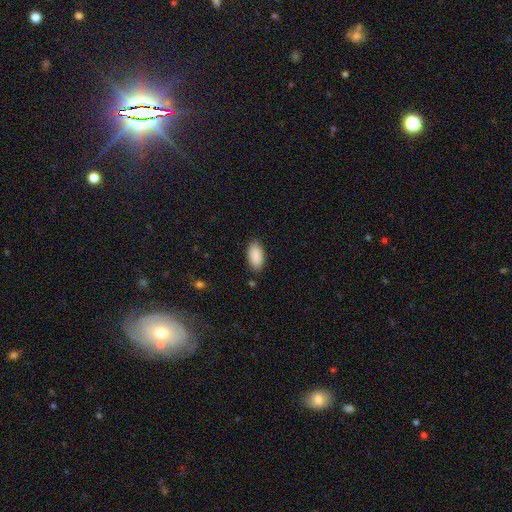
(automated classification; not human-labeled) Smooth or featured? smooth (91%)
How rounded? in between (93%)
Merging? none (86%)